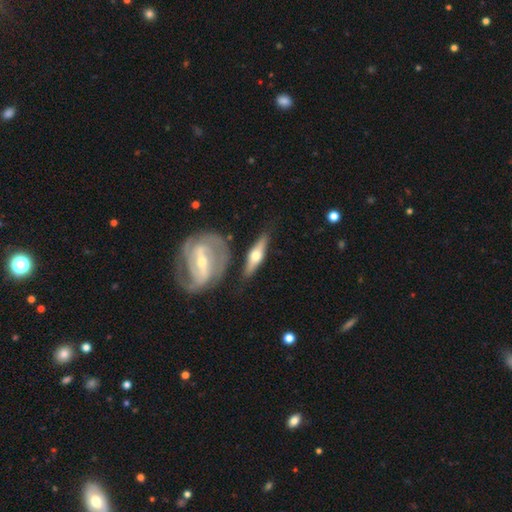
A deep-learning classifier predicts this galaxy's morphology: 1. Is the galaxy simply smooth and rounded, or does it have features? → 66% featured or disk, 29% smooth, 5% star or artifact.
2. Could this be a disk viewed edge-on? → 85% yes, 15% no.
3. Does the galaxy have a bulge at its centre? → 94% rounded, 4% boxy, 2% none.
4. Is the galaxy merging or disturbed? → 76% none, 13% minor disturbance, 7% merger, 4% major disturbance.